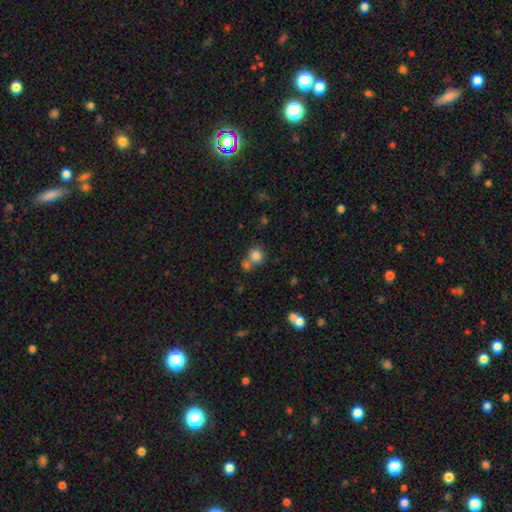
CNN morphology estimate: Overall: smooth (82%). How rounded: round (86%). Merging: none (53%; merger 35%).